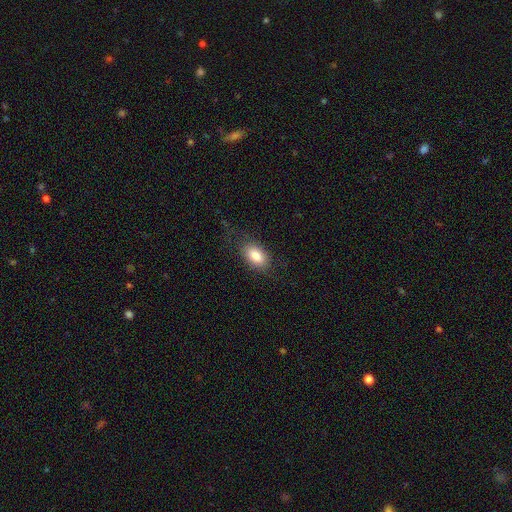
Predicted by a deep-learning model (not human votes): Smooth or featured? Predicted: smooth (p=0.82). How rounded? Predicted: in between (p=0.92). Merging? Predicted: none (p=0.74).